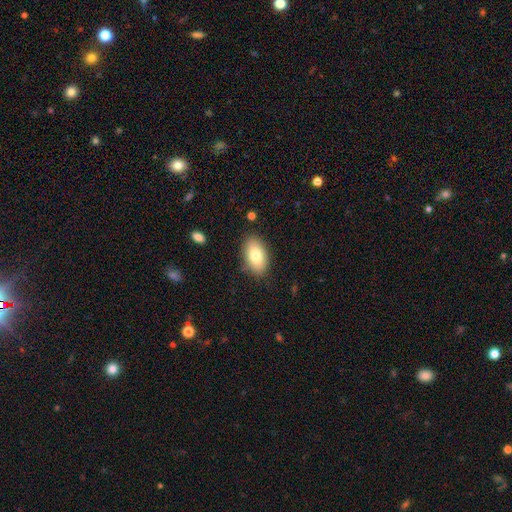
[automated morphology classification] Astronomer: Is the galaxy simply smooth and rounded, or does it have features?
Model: smooth — 78%.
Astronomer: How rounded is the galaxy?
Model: in between — 93%.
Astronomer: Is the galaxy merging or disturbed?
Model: none — 84%.